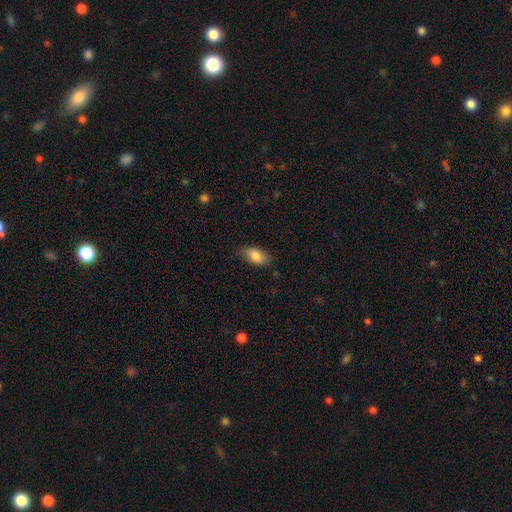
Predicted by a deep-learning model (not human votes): Overall: smooth (84%). How rounded: in between (92%). Merging: none (76%).